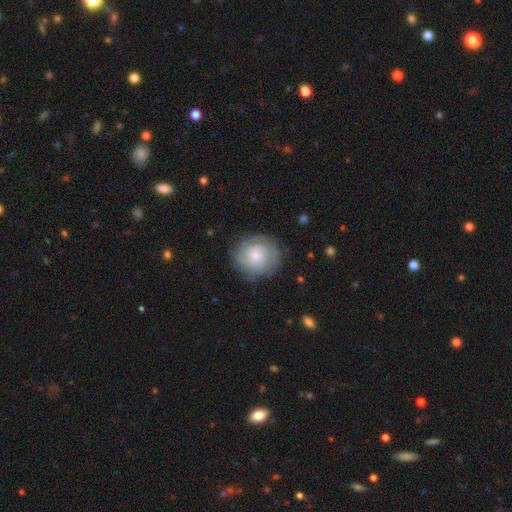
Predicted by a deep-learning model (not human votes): A featured or disk galaxy (58%) with no bar (80%), spiral arms (86%) and a small central bulge (64%).

Vote fractions:
- Smooth or featured? featured or disk: 58% / smooth: 34% / star or artifact: 8%
- Edge-on disk? no: 98% / yes: 2%
- Bar? no: 80% / weak: 18% / strong: 2%
- Spiral arms? yes: 86% / no: 14%
- Bulge size? small: 64% / moderate: 30% / large: 3% / none: 2% / dominant: 1%
- Merging? none: 80% / minor disturbance: 13% / major disturbance: 5% / merger: 1%